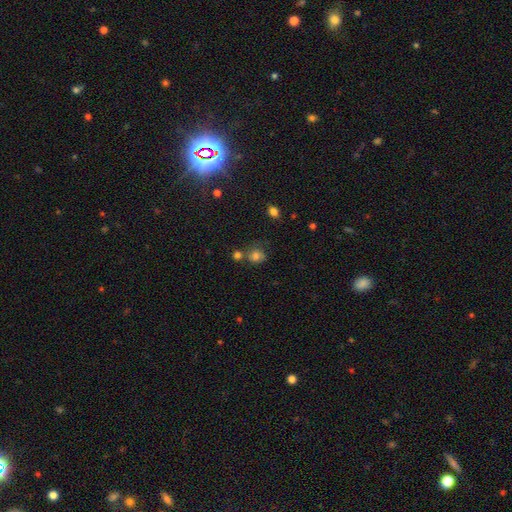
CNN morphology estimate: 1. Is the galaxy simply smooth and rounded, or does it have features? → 76% smooth, 15% star or artifact, 9% featured or disk.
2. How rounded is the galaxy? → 74% round, 25% in between, 1% cigar-shaped.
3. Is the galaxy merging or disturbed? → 53% none, 23% merger, 17% minor disturbance, 8% major disturbance.